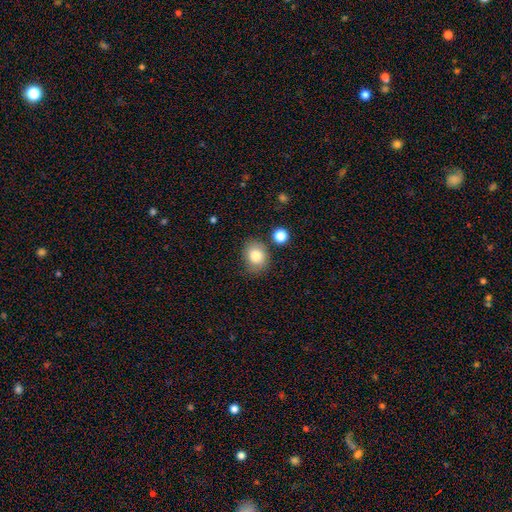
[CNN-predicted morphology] type=smooth (83%); roundness=round (60%); merging=none (73%).